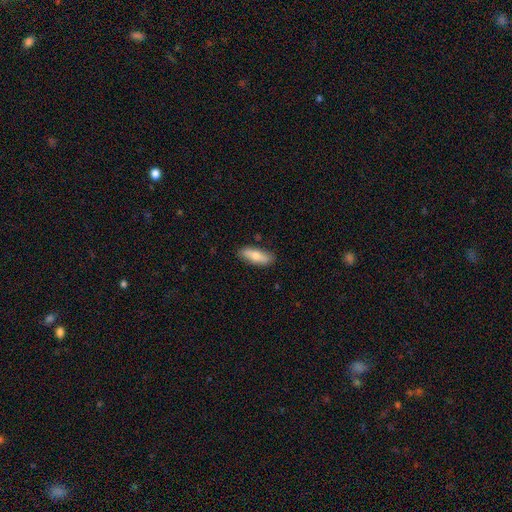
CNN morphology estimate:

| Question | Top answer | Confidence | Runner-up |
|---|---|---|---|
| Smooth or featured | smooth | 73% | featured or disk (21%) |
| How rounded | in between | 61% | cigar-shaped (36%) |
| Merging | none | 84% | minor disturbance (12%) |